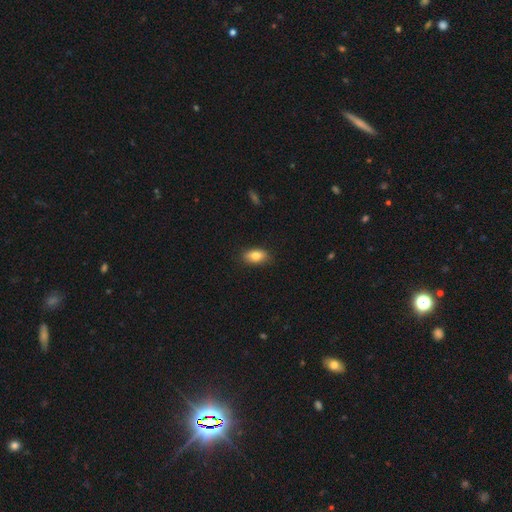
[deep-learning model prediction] smooth-or-featured: smooth: 80% | featured or disk: 13% | star or artifact: 8%
  how-rounded: in between: 88% | round: 7% | cigar-shaped: 5%
  merging: none: 85% | minor disturbance: 12% | major disturbance: 2% | merger: 1%